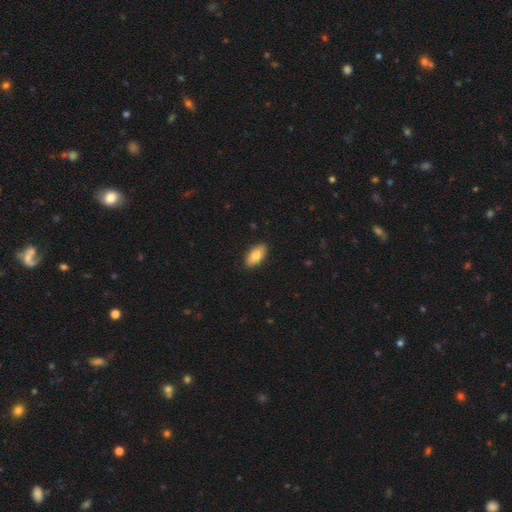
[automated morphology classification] type=smooth (82%); roundness=in between (91%); merging=none (89%).